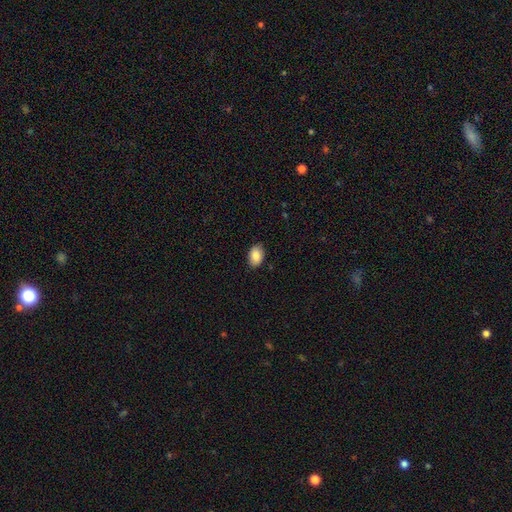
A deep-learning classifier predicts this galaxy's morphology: The model was most divided on "how rounded": in between: 87%, round: 12%, cigar-shaped: 1%. More confident: smooth or featured — smooth (88%); merging — none (86%).